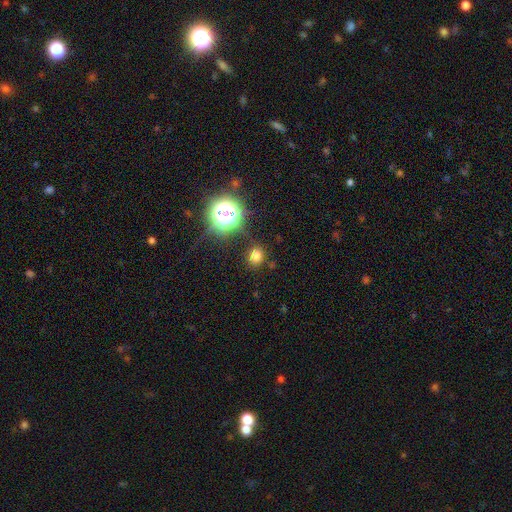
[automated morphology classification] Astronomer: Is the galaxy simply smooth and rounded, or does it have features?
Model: smooth — 70%.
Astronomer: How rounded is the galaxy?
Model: round — 75%.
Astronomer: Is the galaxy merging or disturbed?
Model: none — 84%.